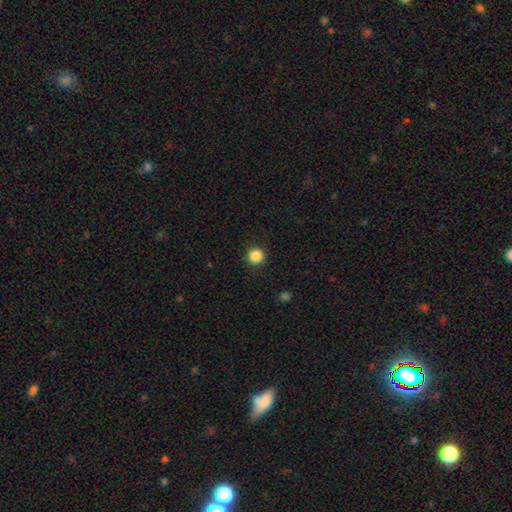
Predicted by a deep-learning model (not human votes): Smooth or featured?
  - smooth: 86% *
  - star or artifact: 11%
  - featured or disk: 3%
How rounded?
  - round: 95% *
  - in between: 4%
  - cigar-shaped: 1%
Merging?
  - none: 92% *
  - minor disturbance: 5%
  - major disturbance: 2%
  - merger: 1%